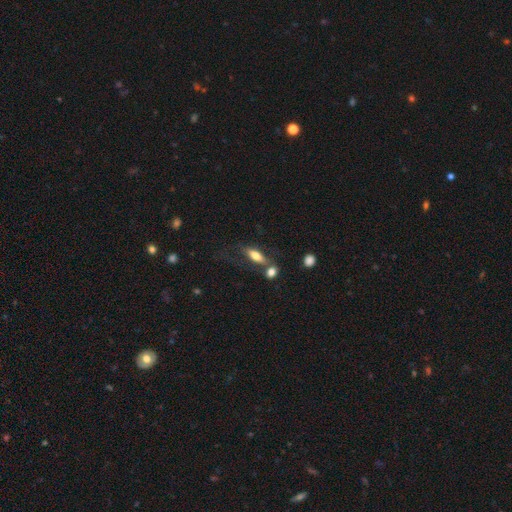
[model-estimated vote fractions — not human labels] Smooth or featured? smooth (66%)
How rounded? in between (66%)
Merging? none (49%)